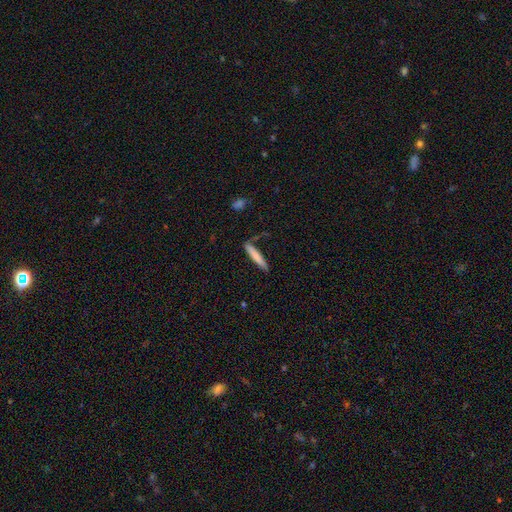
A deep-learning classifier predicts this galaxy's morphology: smooth-or-featured: smooth: 73% | featured or disk: 21% | star or artifact: 6%
  how-rounded: cigar-shaped: 92% | in between: 7% | round: 1%
  merging: none: 80% | minor disturbance: 14% | merger: 3% | major disturbance: 3%